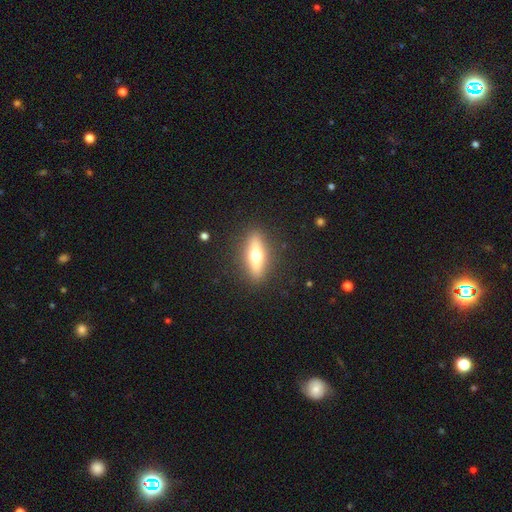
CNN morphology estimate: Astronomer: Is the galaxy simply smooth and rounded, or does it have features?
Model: smooth — 49% (runner-up: featured or disk, 44%).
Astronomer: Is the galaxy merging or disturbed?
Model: none — 88%.